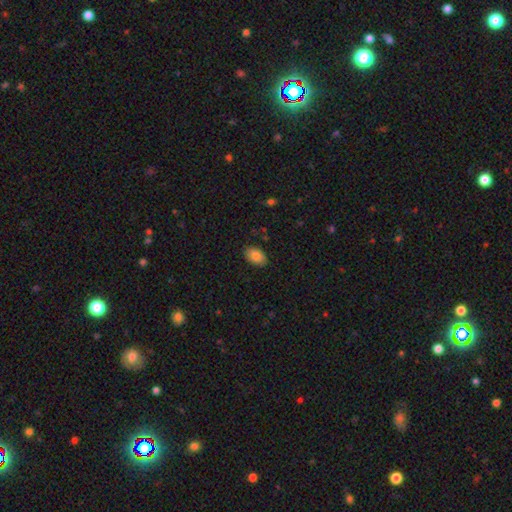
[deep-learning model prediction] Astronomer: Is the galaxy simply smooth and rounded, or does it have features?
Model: smooth — 85%.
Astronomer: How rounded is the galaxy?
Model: in between — 89%.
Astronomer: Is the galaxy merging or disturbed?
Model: none — 87%.